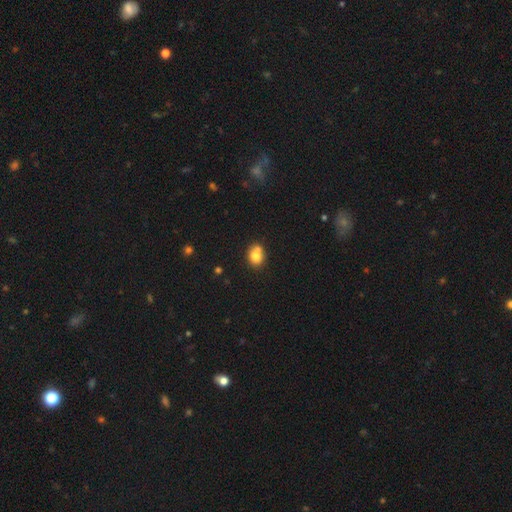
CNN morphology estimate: Smooth or featured?
  - smooth: 77% *
  - featured or disk: 12%
  - star or artifact: 10%
How rounded?
  - round: 57% *
  - in between: 42%
  - cigar-shaped: 1%
Merging?
  - none: 54% *
  - merger: 30%
  - minor disturbance: 13%
  - major disturbance: 3%